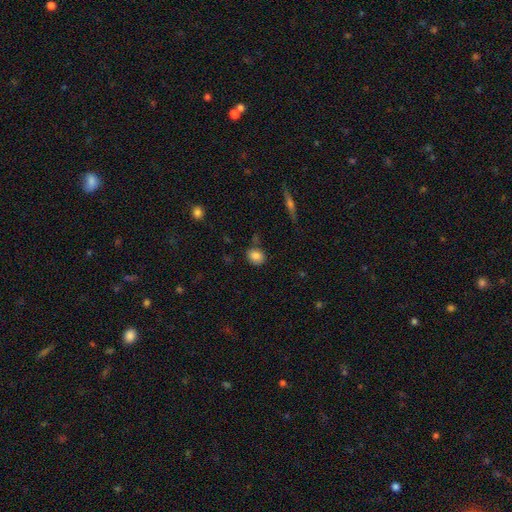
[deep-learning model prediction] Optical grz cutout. It shows a smooth galaxy with no disk features (84%) that is round (54%). Merging: none (73%).